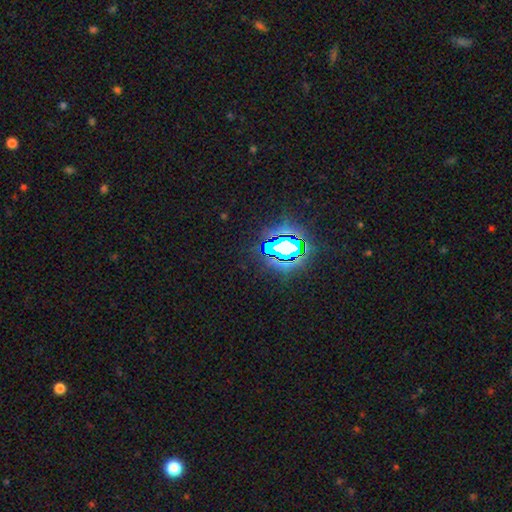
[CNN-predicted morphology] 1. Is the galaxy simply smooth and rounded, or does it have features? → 81% star or artifact, 13% smooth, 7% featured or disk.